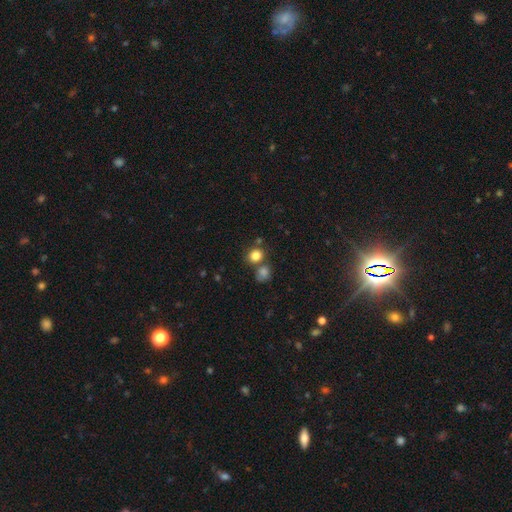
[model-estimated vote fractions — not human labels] Smooth or featured? smooth (82%)
How rounded? round (79%)
Merging? none (64%)